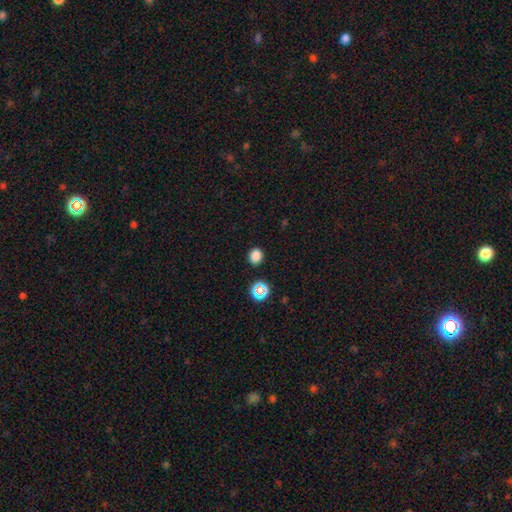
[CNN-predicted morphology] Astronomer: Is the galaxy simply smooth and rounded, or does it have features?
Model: smooth — 81%.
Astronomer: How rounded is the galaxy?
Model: round — 70%.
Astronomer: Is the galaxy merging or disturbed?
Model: none — 88%.